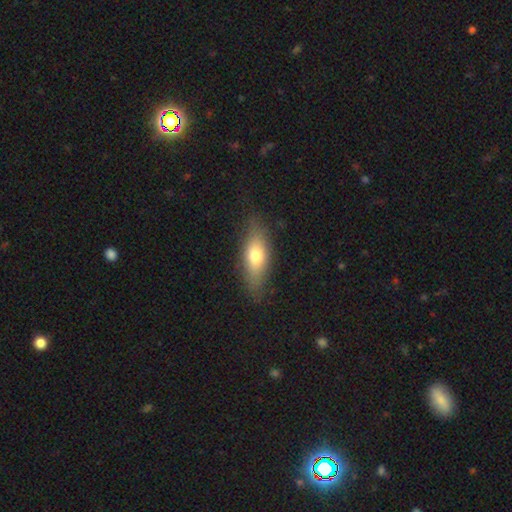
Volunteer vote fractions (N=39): smooth-or-featured: smooth: 69% | featured or disk: 26% | star or artifact: 5%
  how-rounded: in between: 59% | cigar-shaped: 33% | round: 7%
  merging: none: 73% | minor disturbance: 16% | major disturbance: 11% | merger: 0%